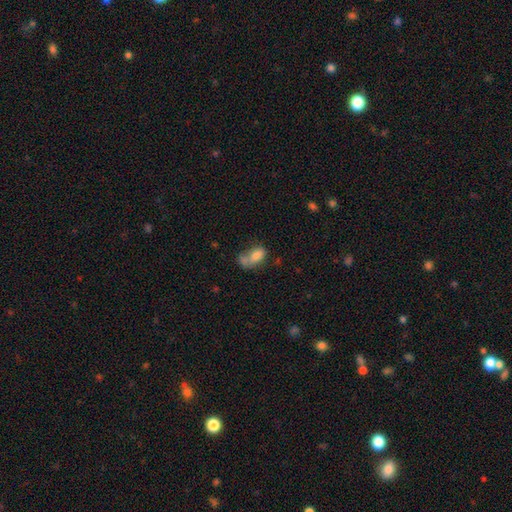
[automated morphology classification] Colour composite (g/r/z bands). It shows a smooth galaxy with no disk features (72%) that is in between round and cigar-shaped (86%). Merging: merger (35%).